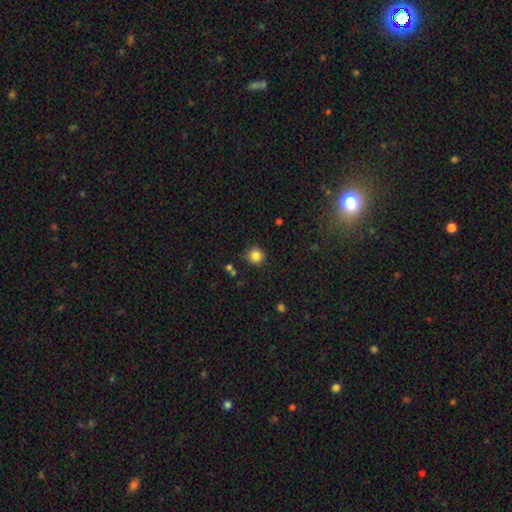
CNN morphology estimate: Q: Smooth or featured?
A: smooth (84%); runner-up: star or artifact (11%)
Q: How rounded?
A: round (90%); runner-up: in between (9%)
Q: Merging?
A: none (87%); runner-up: minor disturbance (8%)